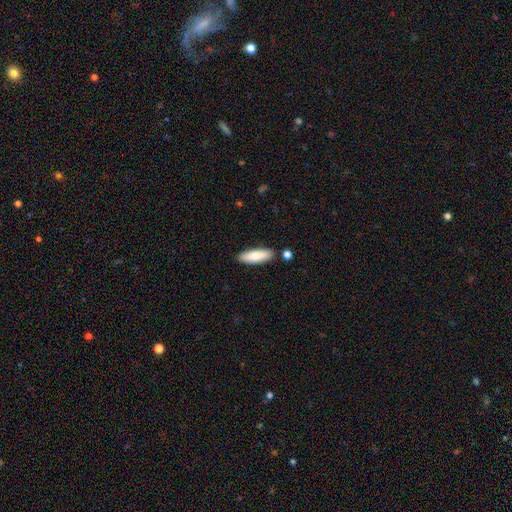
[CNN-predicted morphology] Overall: smooth (84%). How rounded: cigar-shaped (50%; in between 48%). Merging: none (85%).